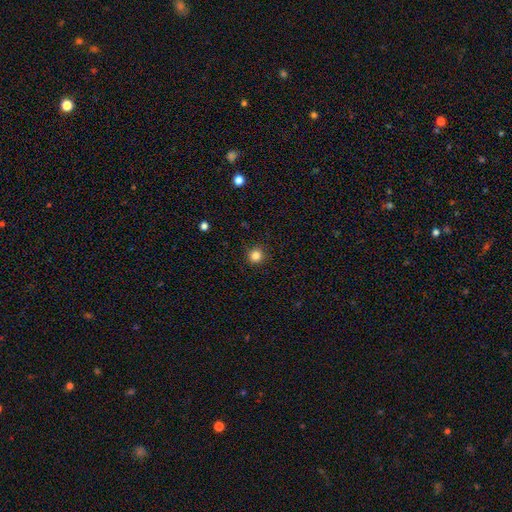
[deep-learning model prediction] Smooth or featured? smooth (84%)
How rounded? round (94%)
Merging? none (89%)